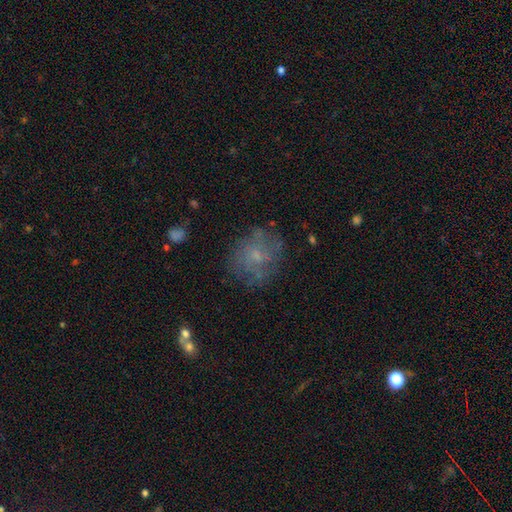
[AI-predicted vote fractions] Smooth or featured?
  - smooth: 46% *
  - featured or disk: 40%
  - star or artifact: 14%
Merging?
  - none: 70% *
  - minor disturbance: 18%
  - major disturbance: 10%
  - merger: 2%